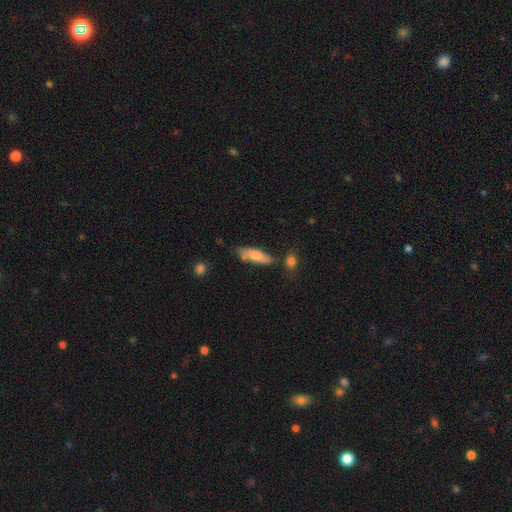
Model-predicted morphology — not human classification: Overall: smooth (73%). How rounded: in between (49%, tied with cigar-shaped). Merging: none (58%; minor disturbance 24%).